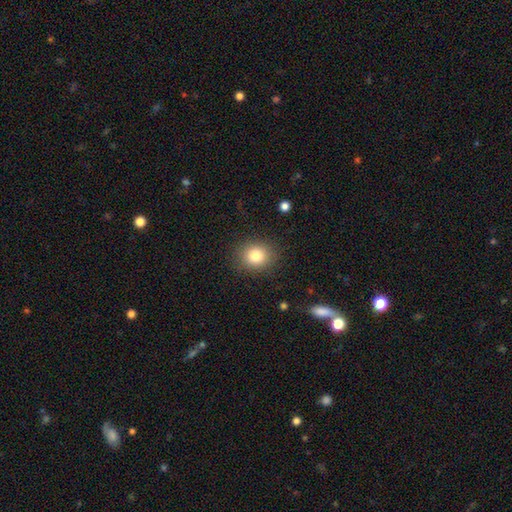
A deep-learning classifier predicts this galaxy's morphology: A smooth galaxy with no disk features (81%) that is round (70%). Merging: none (87%).